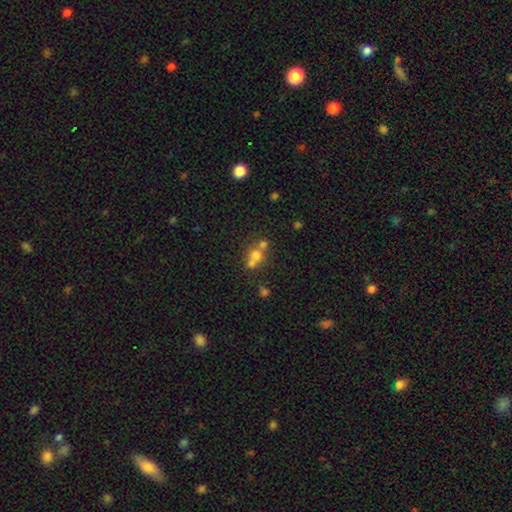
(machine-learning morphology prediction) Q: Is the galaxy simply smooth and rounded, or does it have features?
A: smooth — 62%.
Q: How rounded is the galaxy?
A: round — 78%.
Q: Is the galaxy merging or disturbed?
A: merger — 52%.